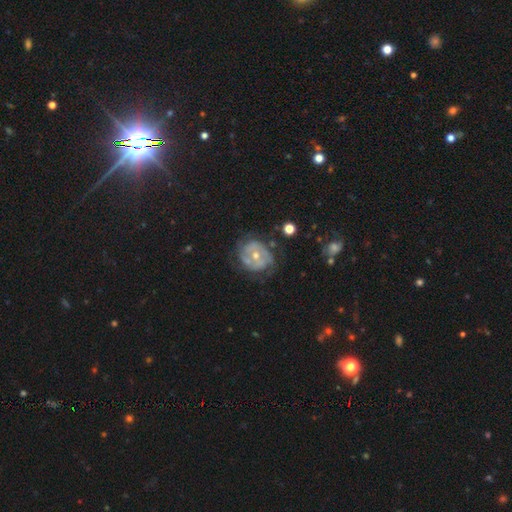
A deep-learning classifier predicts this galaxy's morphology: This appears to be a featured or disk galaxy (73%) with no bar (71%), tight (55%) spiral arms (73%) and a moderate central bulge (54%). Merging: none (58%).